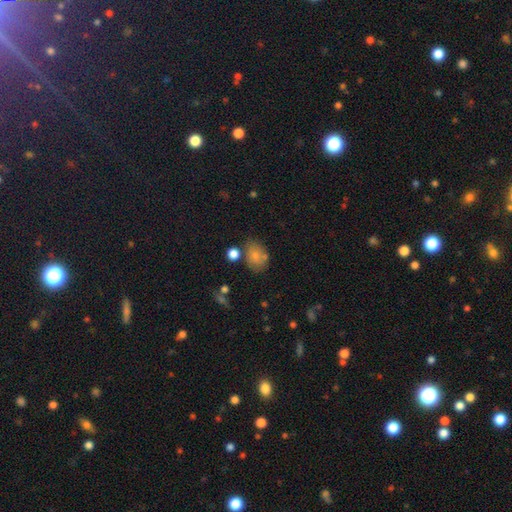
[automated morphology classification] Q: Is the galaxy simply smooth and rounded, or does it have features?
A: smooth — 77%.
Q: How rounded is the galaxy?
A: in between — 66%.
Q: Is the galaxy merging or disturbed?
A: none — 56%.